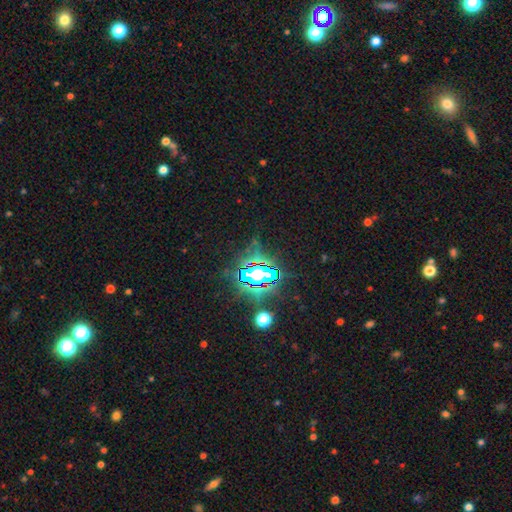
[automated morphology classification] A star or artifact, not a galaxy (84%).

Vote fractions:
- Smooth or featured? star or artifact: 84% / smooth: 9% / featured or disk: 7%